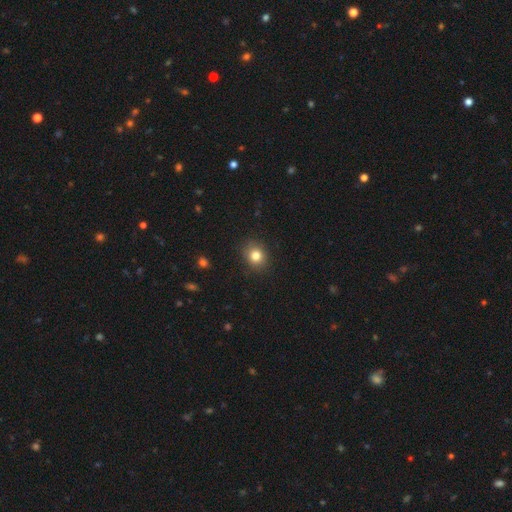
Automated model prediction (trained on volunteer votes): Smooth or featured: smooth — 81% (star or artifact — 11%)
How rounded: round — 67% (in between — 32%)
Merging: none — 87% (minor disturbance — 9%)